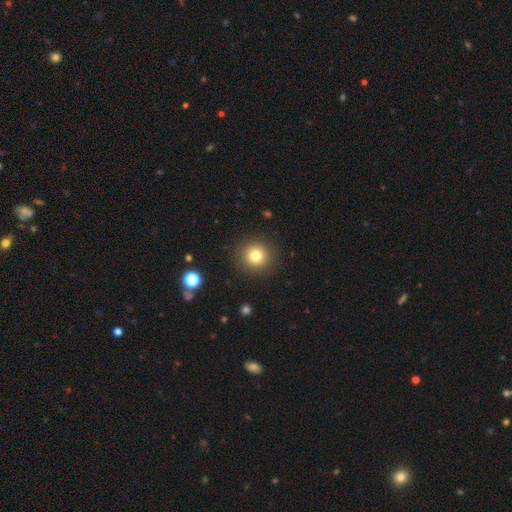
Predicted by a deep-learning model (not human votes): smooth_or_featured: smooth (p=0.79) [alt: star or artifact p=0.13]
how_rounded: round (p=0.94) [alt: in between p=0.05]
merging: none (p=0.90) [alt: minor disturbance p=0.06]